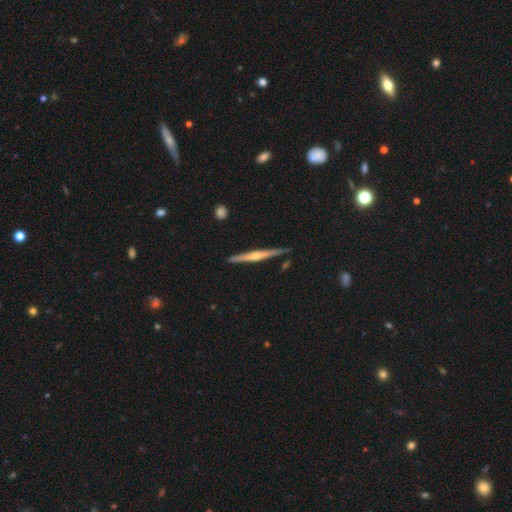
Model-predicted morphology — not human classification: A featured or disk galaxy (71%) viewed edge-on (98%) with a rounded central bulge (79%). Merging: none (86%).